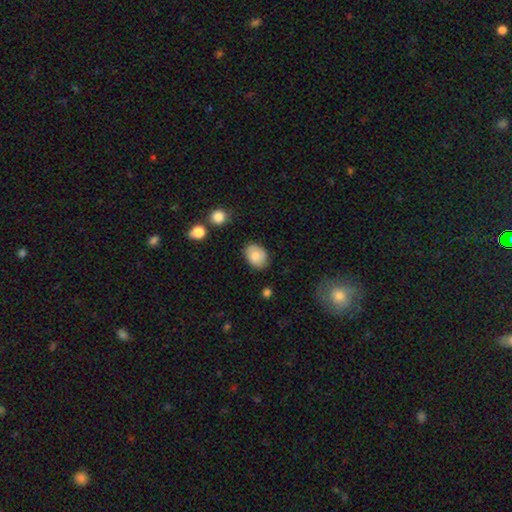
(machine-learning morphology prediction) This is clearly a smooth galaxy (82%). How rounded: likely in between (73%). Merging: likely none (80%).